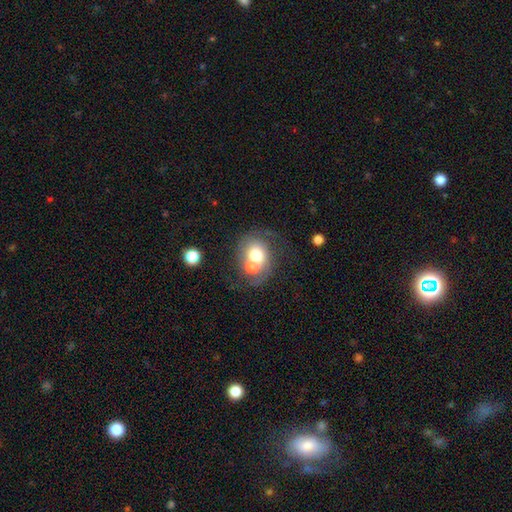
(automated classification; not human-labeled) The model was most divided on "smooth or featured": smooth: 49%, featured or disk: 42%, star or artifact: 8%. More confident: merging — merger (58%).